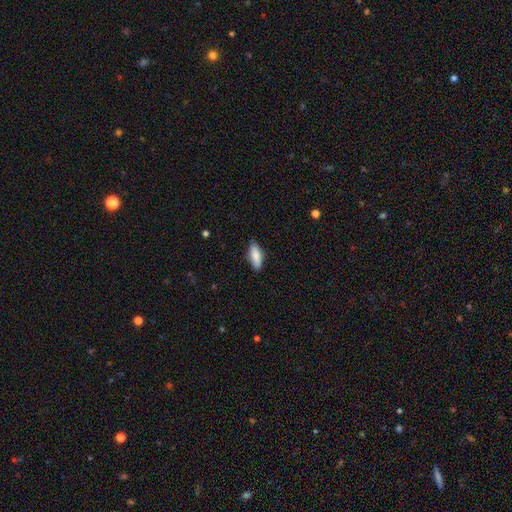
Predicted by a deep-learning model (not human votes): This appears to be a smooth galaxy with no disk features (84%) that is in between round and cigar-shaped (67%). Merging: none (83%).